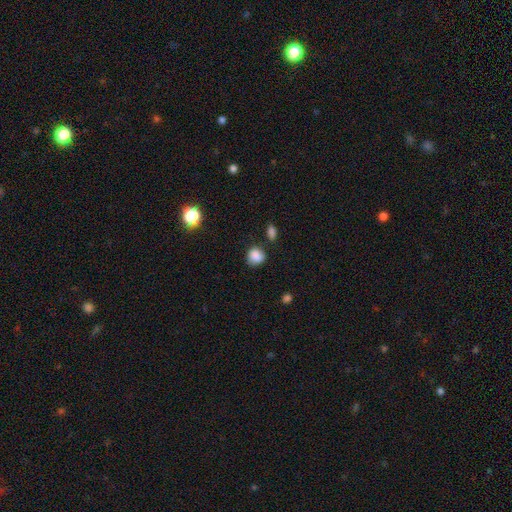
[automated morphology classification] Smooth or featured? Predicted: smooth (p=0.86). How rounded? Predicted: round (p=0.77). Merging? Predicted: none (p=0.72).